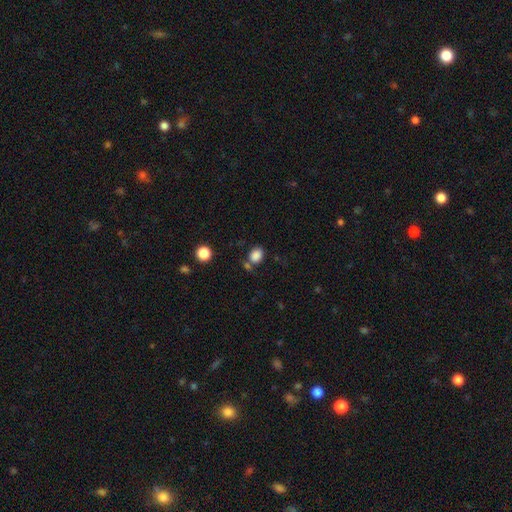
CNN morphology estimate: Smooth or featured: smooth — 85% (star or artifact — 11%)
How rounded: in between — 53% (round — 46%)
Merging: none — 65% (merger — 17%)